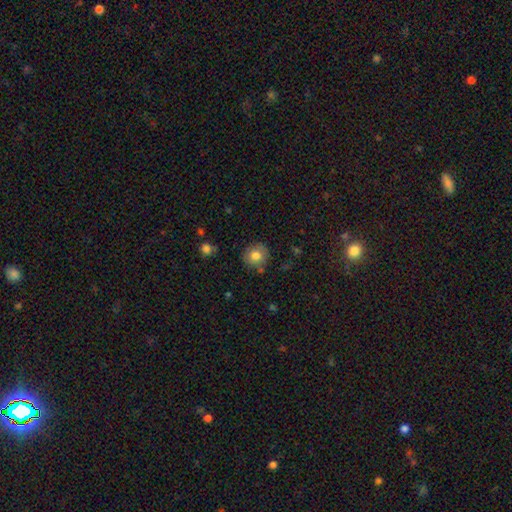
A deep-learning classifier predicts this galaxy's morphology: A smooth galaxy with no disk features (79%) that is round (88%).

Vote fractions:
- Smooth or featured? smooth: 79% / featured or disk: 11% / star or artifact: 10%
- How rounded? round: 88% / in between: 11% / cigar-shaped: 1%
- Merging? none: 83% / minor disturbance: 12% / merger: 3% / major disturbance: 3%